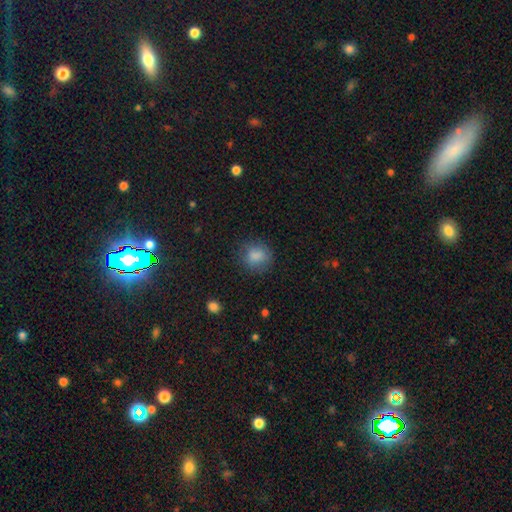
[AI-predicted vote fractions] The model was most divided on "how rounded": round: 74%, in between: 25%, cigar-shaped: 1%. More confident: smooth or featured — smooth (83%); merging — none (77%).